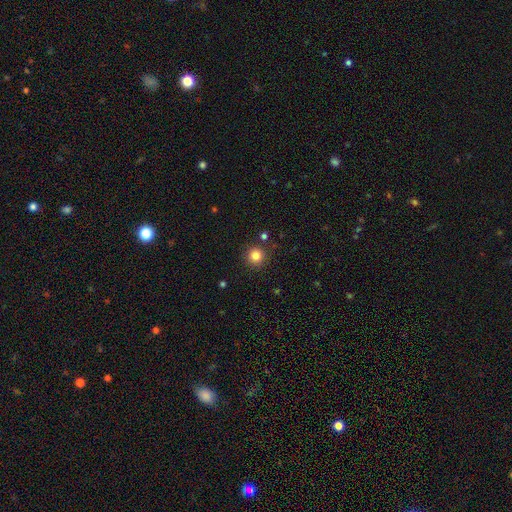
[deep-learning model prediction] The model was most divided on "smooth or featured": smooth: 82%, star or artifact: 12%, featured or disk: 6%. More confident: how rounded — round (95%); merging — none (89%).